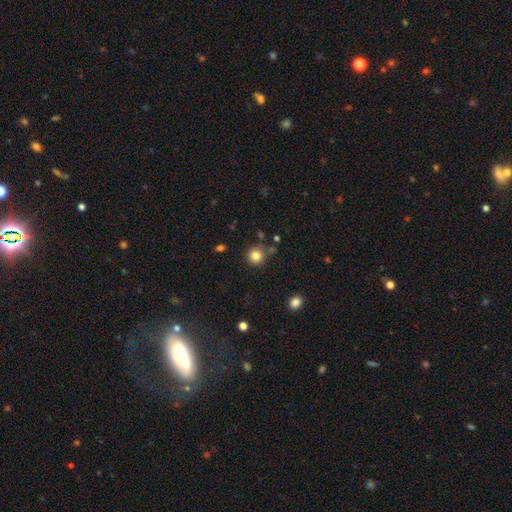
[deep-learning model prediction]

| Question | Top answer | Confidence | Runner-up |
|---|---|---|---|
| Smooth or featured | smooth | 83% | star or artifact (12%) |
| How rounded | round | 94% | in between (5%) |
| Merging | none | 82% | minor disturbance (10%) |